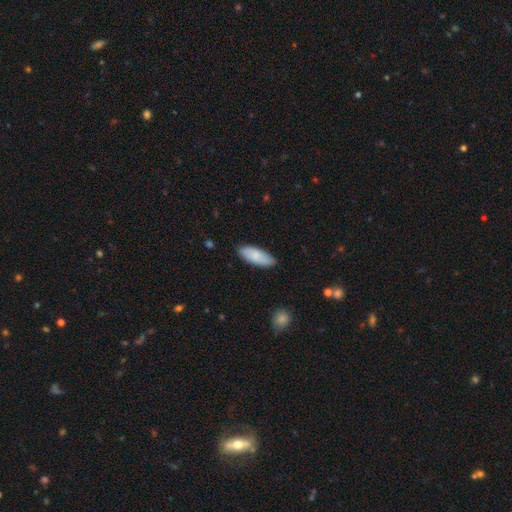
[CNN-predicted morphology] Q: Smooth or featured?
A: smooth (82%); runner-up: featured or disk (12%)
Q: How rounded?
A: in between (78%); runner-up: cigar-shaped (21%)
Q: Merging?
A: none (83%); runner-up: minor disturbance (14%)